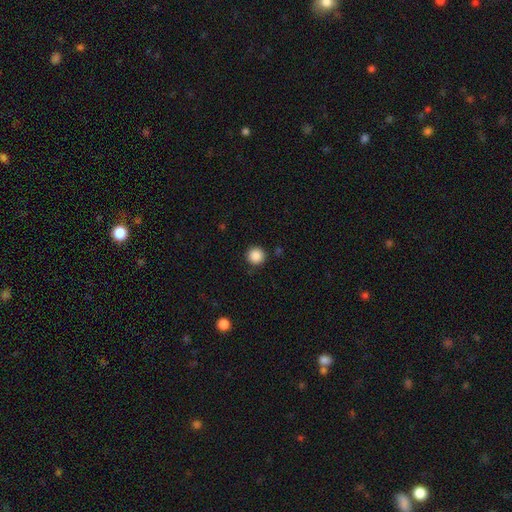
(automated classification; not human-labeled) A smooth galaxy with no disk features (88%) that is round (96%). Merging: none (91%).